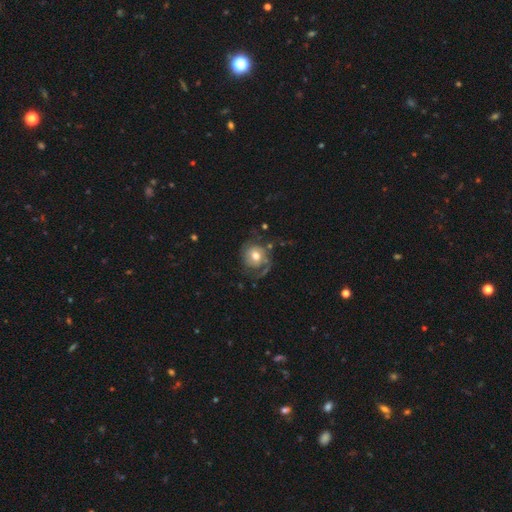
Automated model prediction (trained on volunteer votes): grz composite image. It shows a featured or disk galaxy (52%) with no bar (76%), spiral arms (75%) and a moderate central bulge (72%). Merging: none (50%).